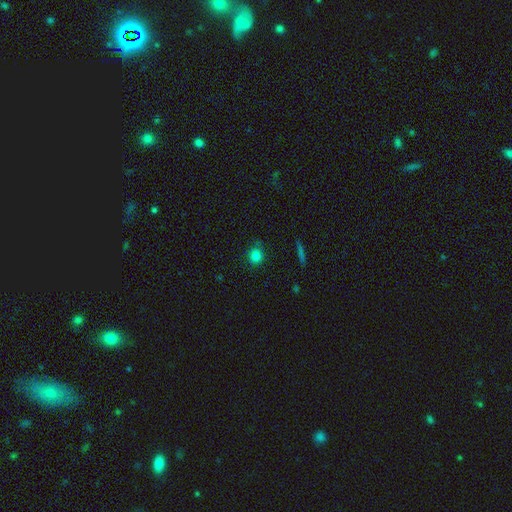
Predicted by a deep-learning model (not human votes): smooth-or-featured: smooth: 82% | star or artifact: 12% | featured or disk: 6%
  how-rounded: round: 85% | in between: 14% | cigar-shaped: 1%
  merging: none: 83% | minor disturbance: 13% | major disturbance: 3% | merger: 2%